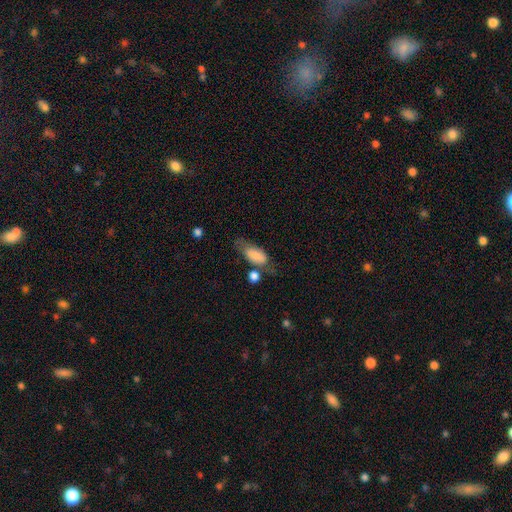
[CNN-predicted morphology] Smooth or featured: smooth — 79% (featured or disk — 14%)
How rounded: in between — 86% (cigar-shaped — 10%)
Merging: none — 41% (minor disturbance — 25%)